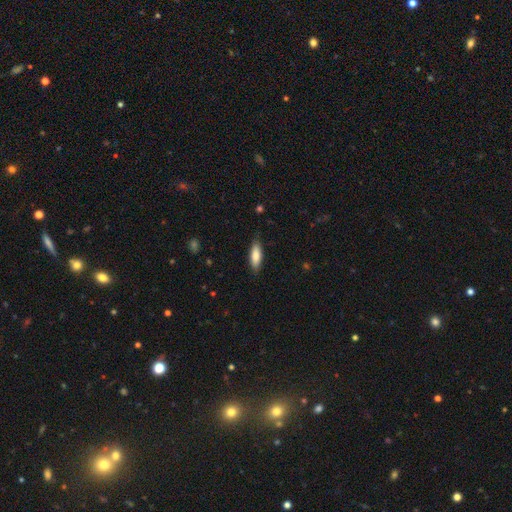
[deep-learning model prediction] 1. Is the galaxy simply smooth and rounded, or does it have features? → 80% smooth, 14% featured or disk, 6% star or artifact.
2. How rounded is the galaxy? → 54% in between, 44% cigar-shaped, 2% round.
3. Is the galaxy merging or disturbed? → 84% none, 13% minor disturbance, 2% major disturbance, 1% merger.